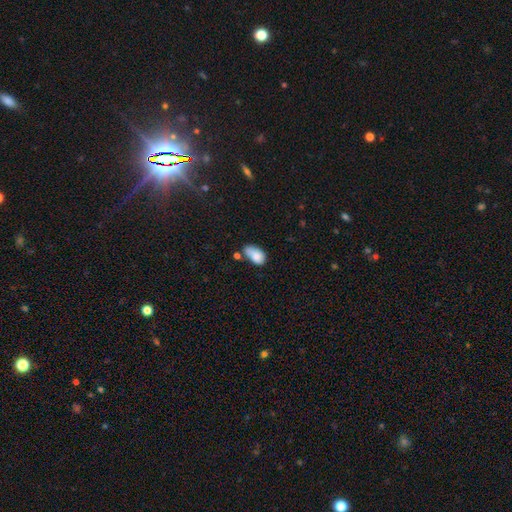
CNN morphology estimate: Smooth or featured? smooth (82%)
How rounded? in between (92%)
Merging? none (38%)